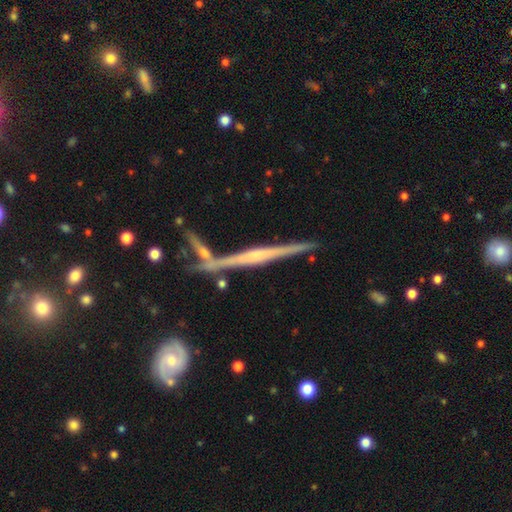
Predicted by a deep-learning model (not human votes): Overall: featured or disk (79%). Edge-on disk: yes (97%). Edge-on bulge: rounded (46%; none 35%). Merging: none (75%).